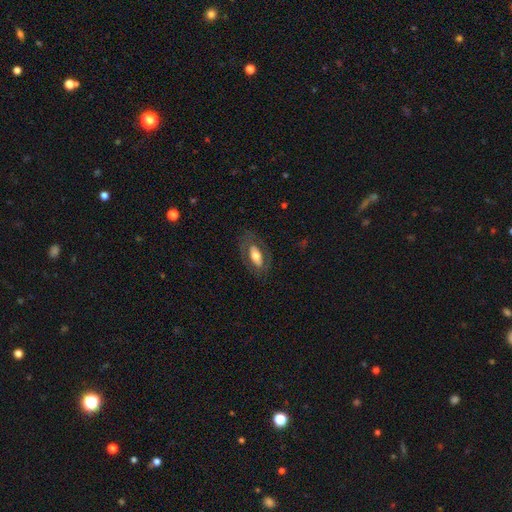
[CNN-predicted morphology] Overall: smooth (53%; featured or disk 41%). How rounded: in between (88%). Merging: none (75%).